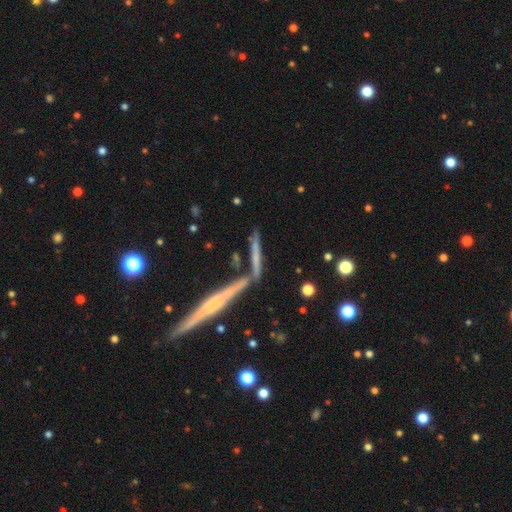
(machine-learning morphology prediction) The model was most divided on "smooth or featured": smooth: 46%, featured or disk: 45%, star or artifact: 10%. More confident: merging — none (62%).